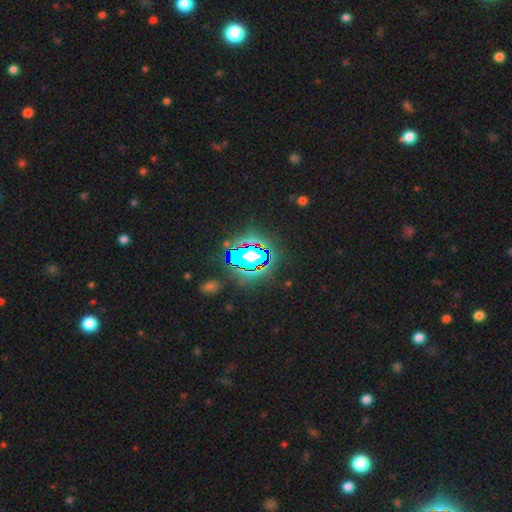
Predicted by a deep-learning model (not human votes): This appears to be a star or artifact, not a galaxy (80%).